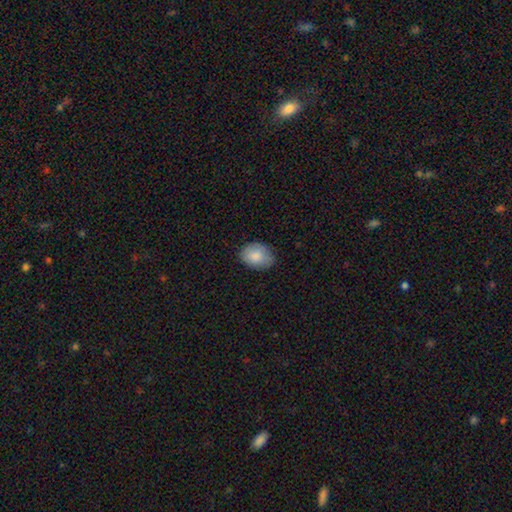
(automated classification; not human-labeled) Morphology: type=smooth (85%); roundness=in between (69%); merging=none (76%).